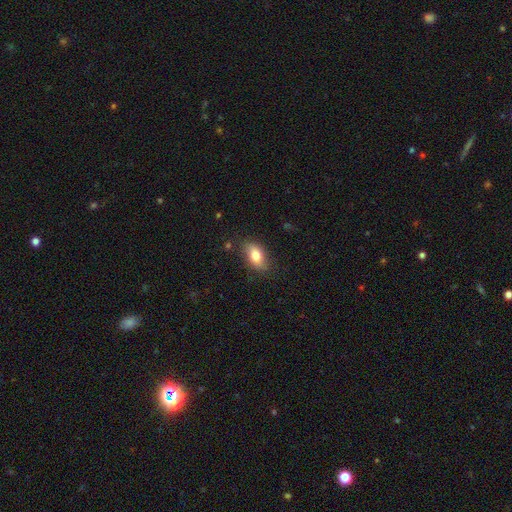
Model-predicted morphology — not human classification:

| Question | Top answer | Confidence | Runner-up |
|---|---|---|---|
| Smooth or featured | smooth | 79% | featured or disk (14%) |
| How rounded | in between | 89% | round (7%) |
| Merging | none | 80% | minor disturbance (15%) |